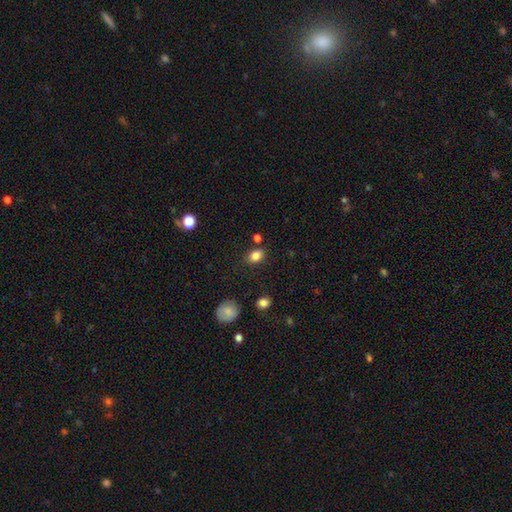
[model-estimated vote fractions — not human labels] Smooth or featured? smooth (84%)
How rounded? in between (69%)
Merging? none (78%)